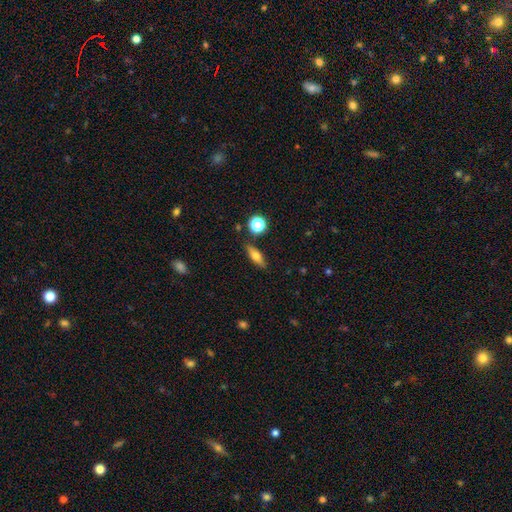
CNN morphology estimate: A smooth galaxy with no disk features (66%) that is in between round and cigar-shaped (58%). Merging: none (84%).